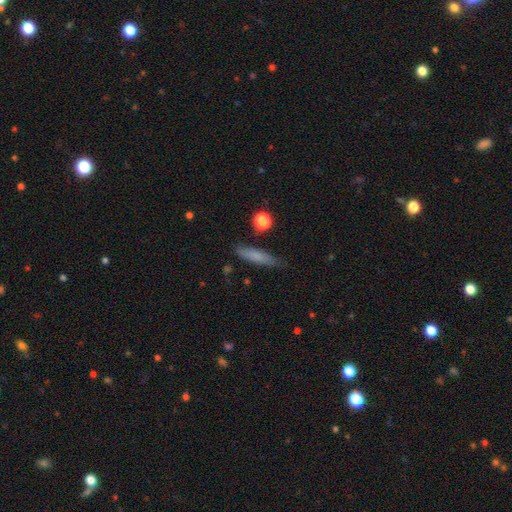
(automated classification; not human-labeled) Smooth or featured: smooth — 73% (featured or disk — 19%)
How rounded: cigar-shaped — 85% (in between — 12%)
Merging: none — 81% (minor disturbance — 14%)